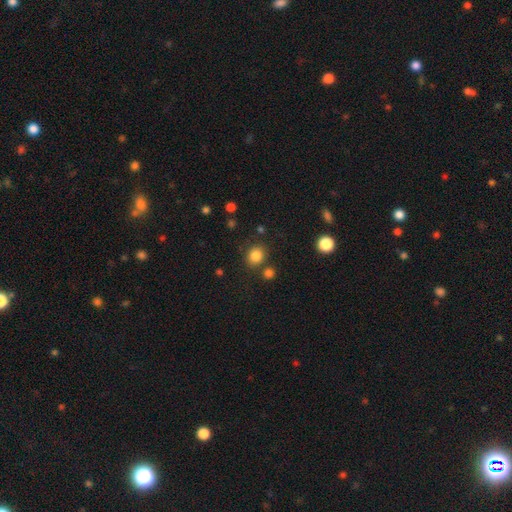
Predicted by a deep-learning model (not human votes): Smooth or featured? Predicted: smooth (p=0.83). How rounded? Predicted: round (p=0.78). Merging? Predicted: none (p=0.79).